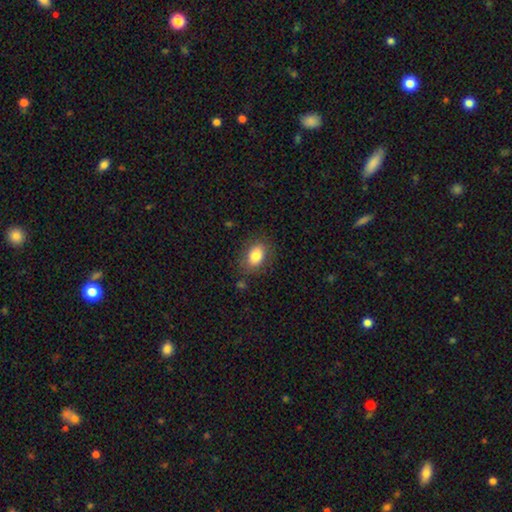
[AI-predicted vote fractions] Overall: smooth (83%). How rounded: in between (81%). Merging: none (81%).